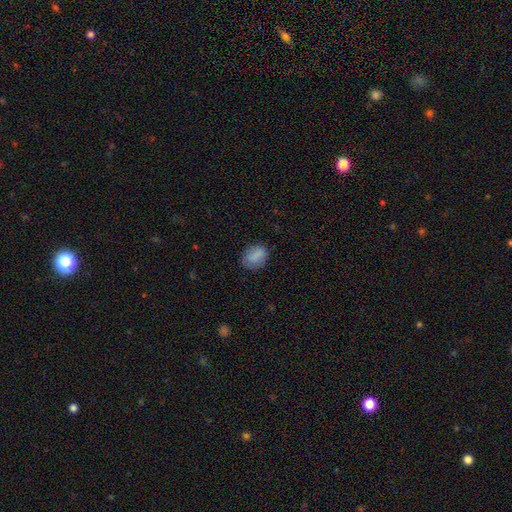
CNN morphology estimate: A smooth galaxy with no disk features (83%) that is in between round and cigar-shaped (68%).

Vote fractions:
- Smooth or featured? smooth: 83% / featured or disk: 9% / star or artifact: 9%
- How rounded? in between: 68% / round: 30% / cigar-shaped: 2%
- Merging? none: 79% / minor disturbance: 16% / major disturbance: 4% / merger: 1%